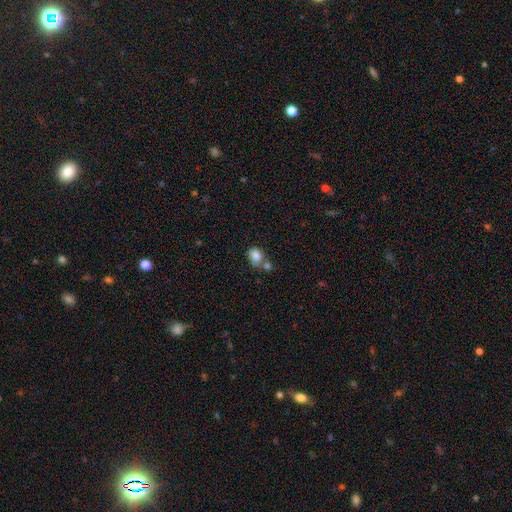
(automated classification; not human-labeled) A smooth galaxy with no disk features (83%) that is in between round and cigar-shaped (58%). Merging: none (44%).